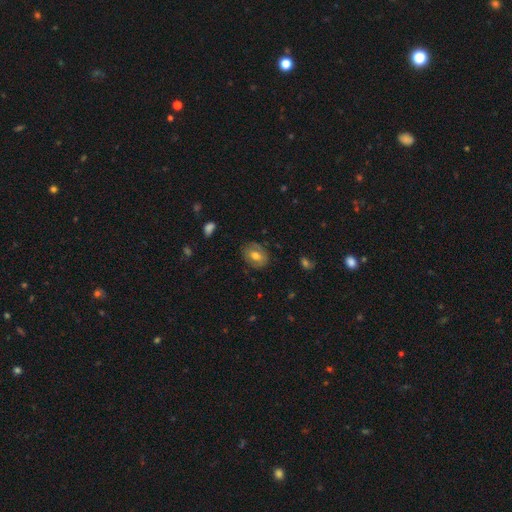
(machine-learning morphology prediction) The model was most divided on "how rounded": in between: 58%, round: 41%, cigar-shaped: 1%. More confident: merging — none (81%); smooth or featured — smooth (61%).